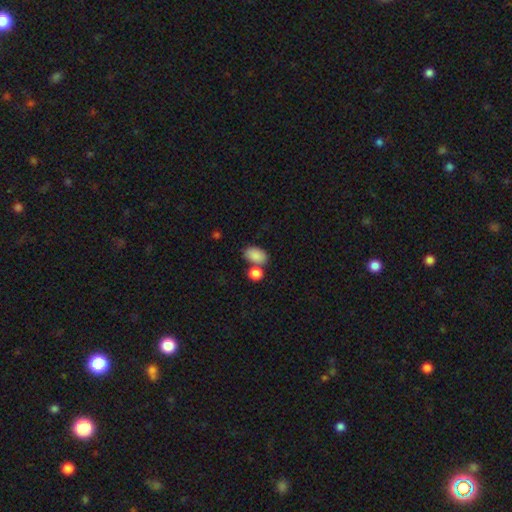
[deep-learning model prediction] A smooth galaxy with no disk features (86%) that is in between round and cigar-shaped (88%). Merging: none (54%).